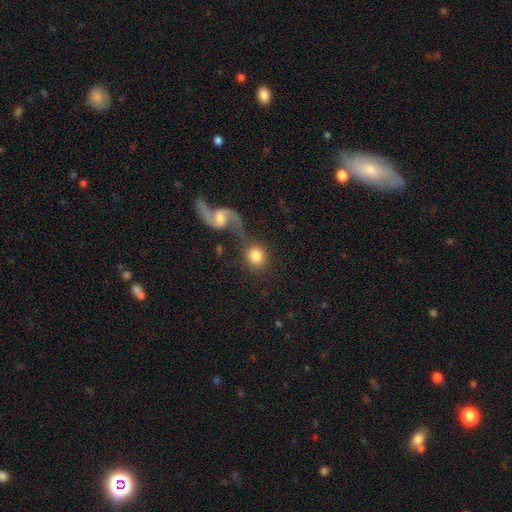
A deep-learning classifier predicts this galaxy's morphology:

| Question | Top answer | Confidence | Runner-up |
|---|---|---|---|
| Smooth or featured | smooth | 75% | featured or disk (17%) |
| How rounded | round | 80% | in between (18%) |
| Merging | none | 50% | merger (33%) |